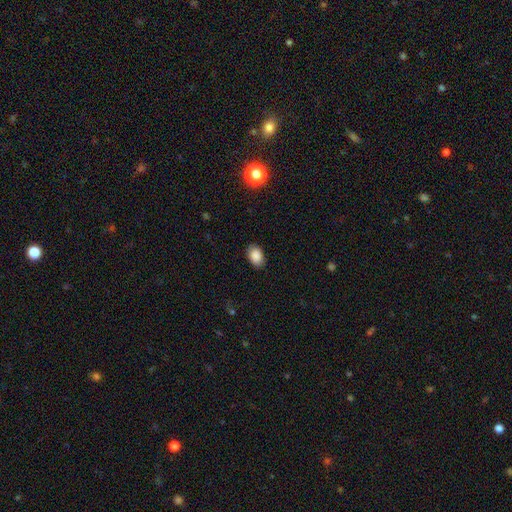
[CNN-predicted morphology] Smooth or featured? Predicted: smooth (p=0.88). How rounded? Predicted: in between (p=0.84). Merging? Predicted: none (p=0.86).